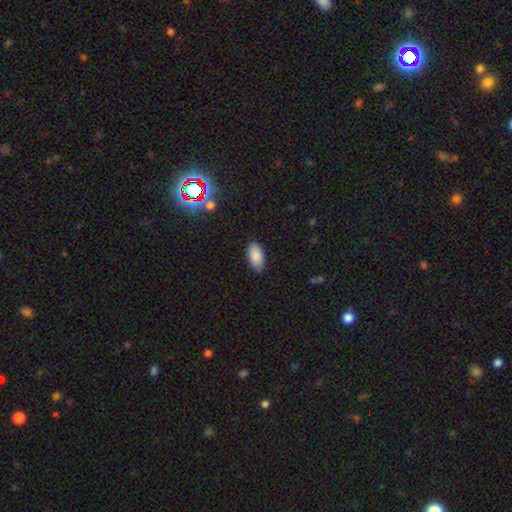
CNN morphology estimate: A smooth galaxy with no disk features (88%) that is in between round and cigar-shaped (93%). Merging: none (87%).